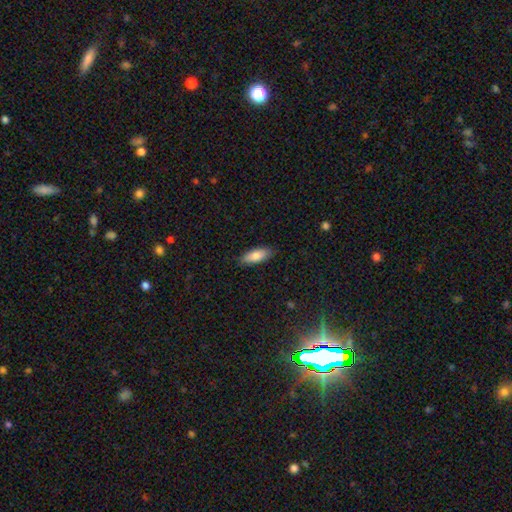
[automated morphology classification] A smooth galaxy with no disk features (82%) that is in between round and cigar-shaped (76%).

Vote fractions:
- Smooth or featured? smooth: 82% / featured or disk: 12% / star or artifact: 6%
- How rounded? in between: 76% / cigar-shaped: 22% / round: 2%
- Merging? none: 86% / minor disturbance: 11% / major disturbance: 2% / merger: 1%